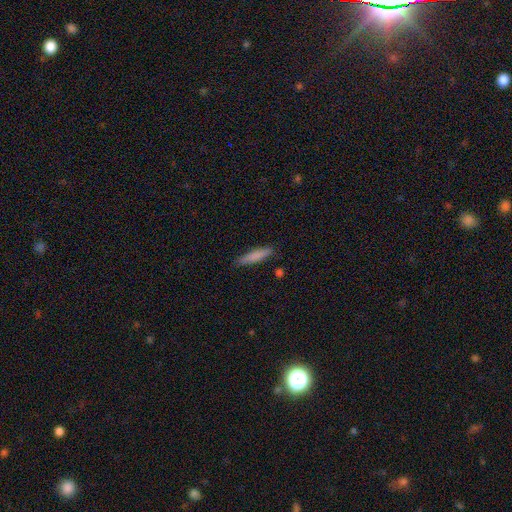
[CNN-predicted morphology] type=smooth (81%); roundness=cigar-shaped (85%); merging=none (85%).